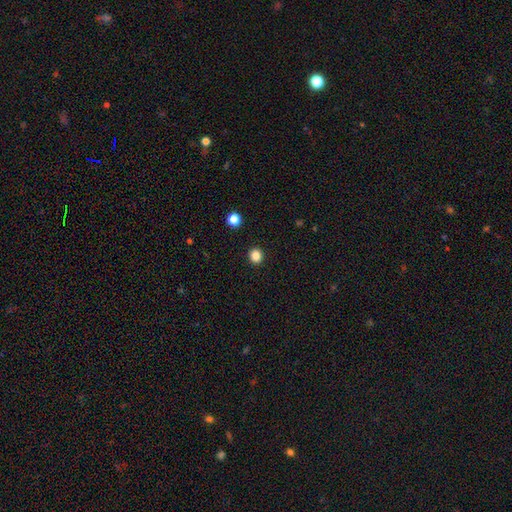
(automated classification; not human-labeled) smooth-or-featured: smooth: 84% | star or artifact: 12% | featured or disk: 4%
  how-rounded: round: 90% | in between: 9% | cigar-shaped: 1%
  merging: none: 93% | minor disturbance: 4% | major disturbance: 2% | merger: 1%